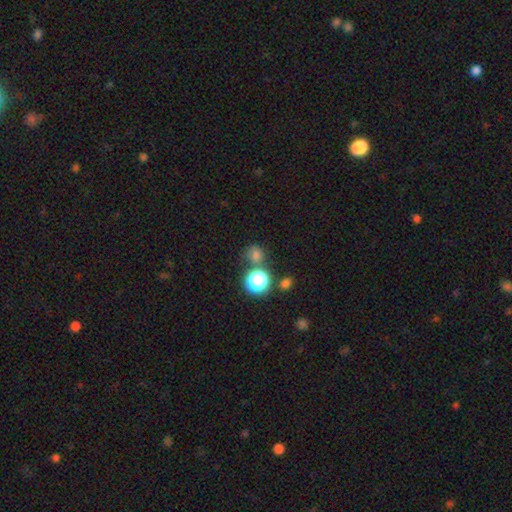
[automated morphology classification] smooth 67%, star or artifact 27%, featured or disk 7%. Down the decision tree: how rounded — round (80%); merging — none (67%).